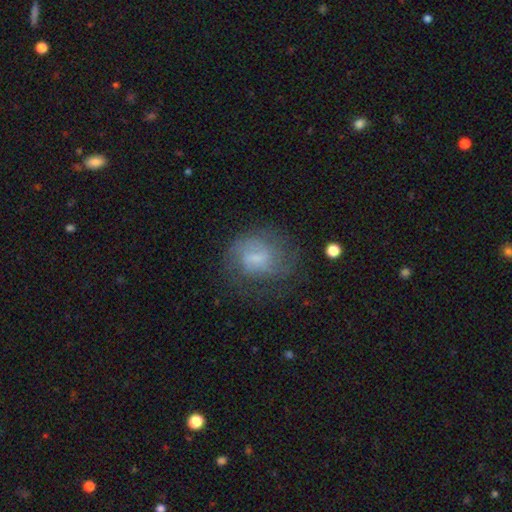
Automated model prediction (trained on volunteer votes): This is possibly a featured or disk galaxy (54%). It is clearly not viewed edge-on (97%). Bar: possibly weak (50%). Spiral arm pattern: likely yes (78%). Central bulge: marginally small (45%). Merging: likely none (61%).